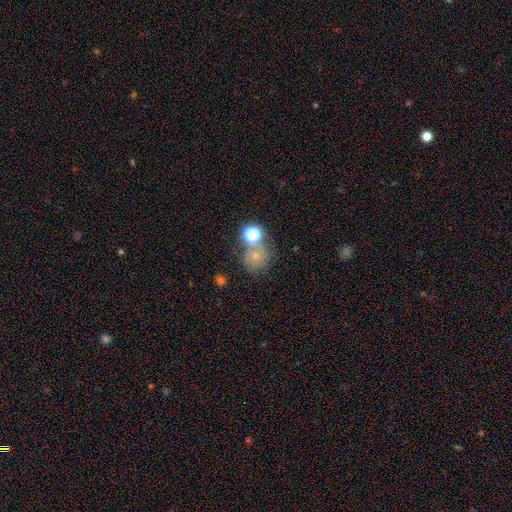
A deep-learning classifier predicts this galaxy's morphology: Smooth or featured? smooth (62%)
How rounded? round (84%)
Merging? none (54%)